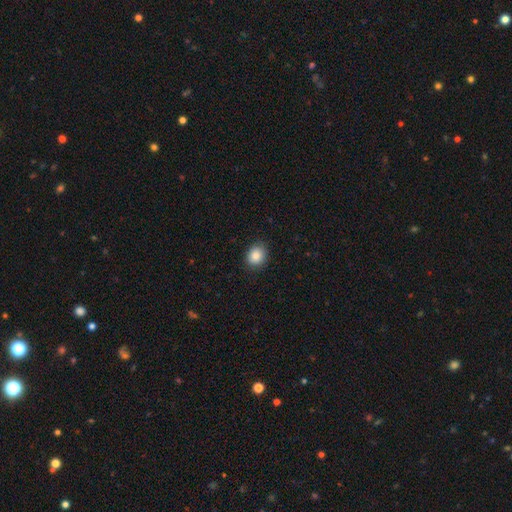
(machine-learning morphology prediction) smooth_or_featured: smooth (p=0.85) [alt: star or artifact p=0.09]
how_rounded: round (p=0.62) [alt: in between p=0.37]
merging: none (p=0.87) [alt: minor disturbance p=0.10]